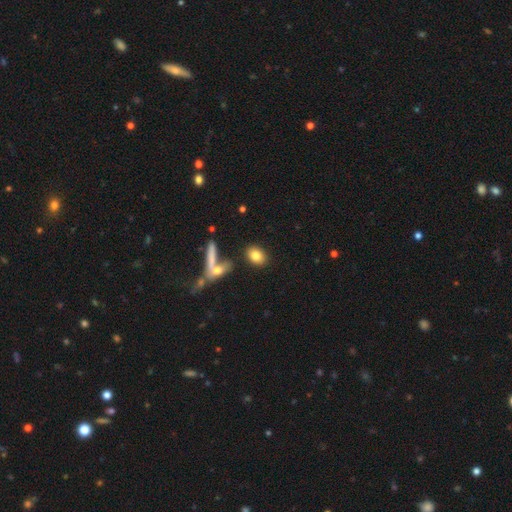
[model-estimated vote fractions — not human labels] Smooth or featured? smooth (81%)
How rounded? in between (72%)
Merging? none (79%)